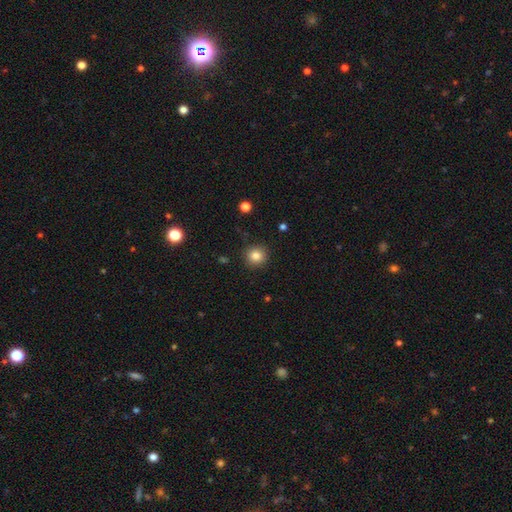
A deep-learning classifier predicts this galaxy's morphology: Overall: smooth (83%). How rounded: round (92%). Merging: none (90%).